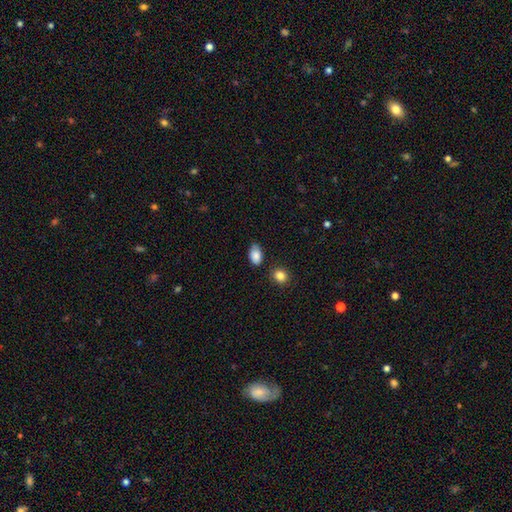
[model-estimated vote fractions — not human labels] The model was most divided on "merging": none: 70%, minor disturbance: 22%, merger: 4%, major disturbance: 4%. More confident: how rounded — in between (90%); smooth or featured — smooth (87%).